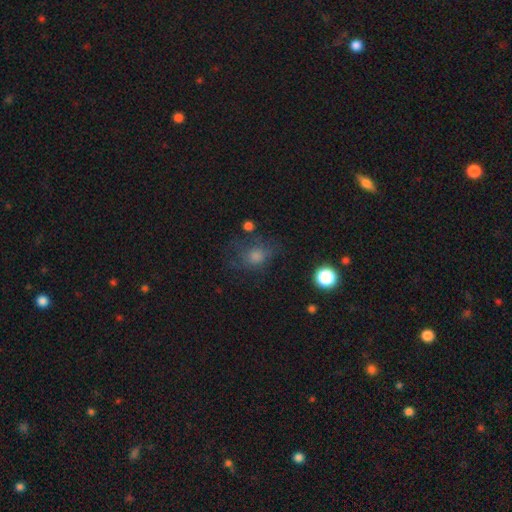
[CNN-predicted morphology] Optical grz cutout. It shows a smooth galaxy with no disk features (63%) that is round (58%). Merging: none (56%).